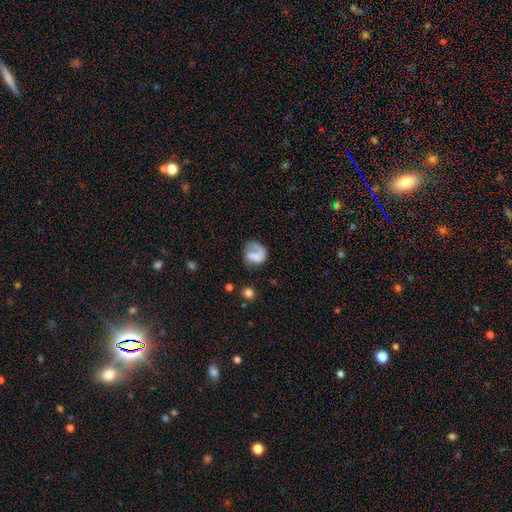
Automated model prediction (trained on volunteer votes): smooth_or_featured: featured or disk (p=0.46) [alt: smooth p=0.45]
merging: none (p=0.45) [alt: major disturbance p=0.30]